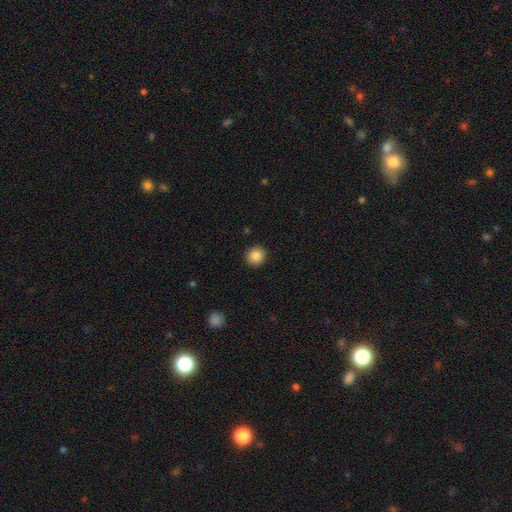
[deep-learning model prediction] Smooth or featured: smooth — 86% (star or artifact — 9%)
How rounded: round — 87% (in between — 12%)
Merging: none — 92% (minor disturbance — 5%)